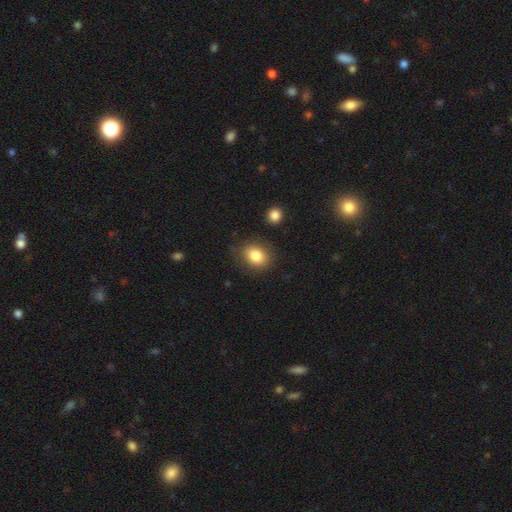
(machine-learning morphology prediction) The model was most divided on "how rounded": in between: 51%, round: 48%, cigar-shaped: 1%. More confident: smooth or featured — smooth (84%); merging — none (82%).